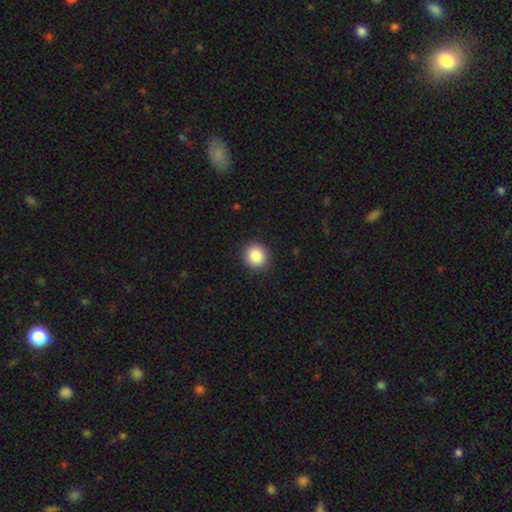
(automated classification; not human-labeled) smooth-or-featured: smooth: 88% | star or artifact: 8% | featured or disk: 4%
  how-rounded: round: 89% | in between: 10% | cigar-shaped: 1%
  merging: none: 91% | minor disturbance: 6% | major disturbance: 2% | merger: 1%